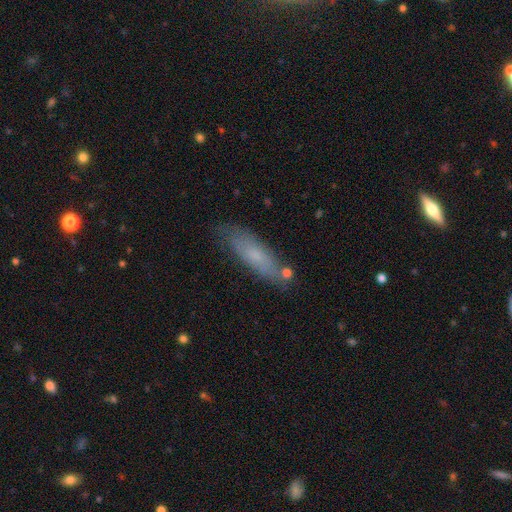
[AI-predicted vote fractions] smooth_or_featured: smooth (p=0.63) [alt: featured or disk p=0.29]
how_rounded: cigar-shaped (p=0.59) [alt: in between p=0.39]
merging: none (p=0.73) [alt: minor disturbance p=0.18]